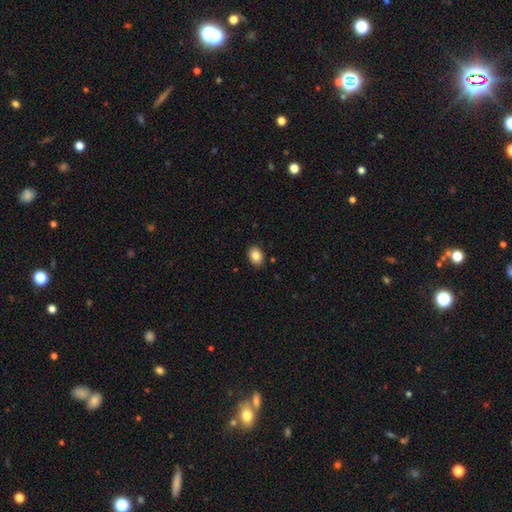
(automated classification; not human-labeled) A smooth galaxy with no disk features (85%) that is in between round and cigar-shaped (69%). Merging: none (89%).